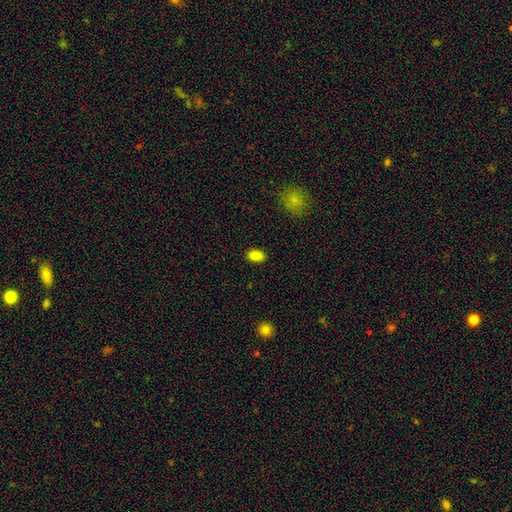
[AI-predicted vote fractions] Overall: smooth (87%). How rounded: in between (89%). Merging: none (88%).